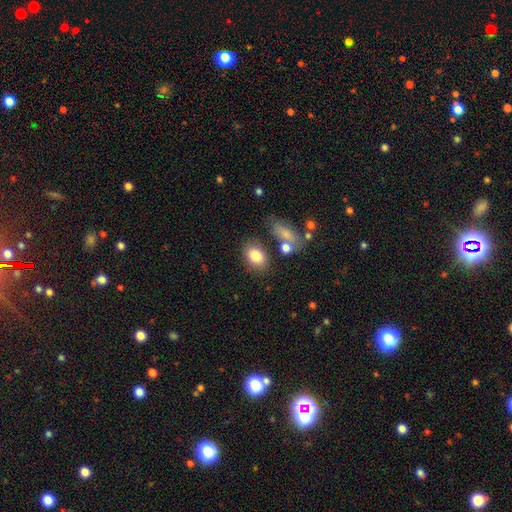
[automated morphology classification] Q: Smooth or featured?
A: smooth (82%); runner-up: featured or disk (10%)
Q: How rounded?
A: in between (81%); runner-up: round (18%)
Q: Merging?
A: none (70%); runner-up: minor disturbance (14%)